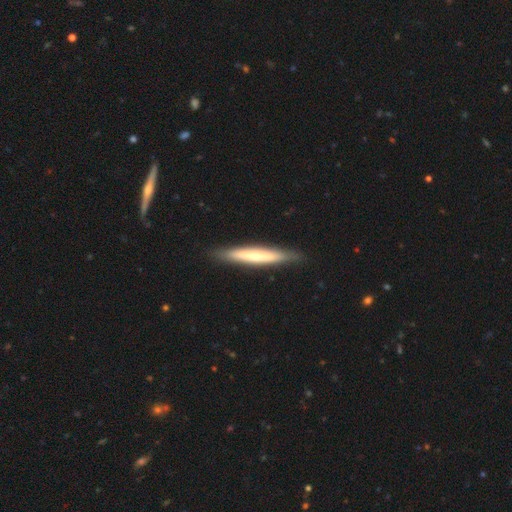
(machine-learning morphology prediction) Smooth or featured: smooth — 48% (featured or disk — 46%)
Merging: none — 88% (minor disturbance — 9%)